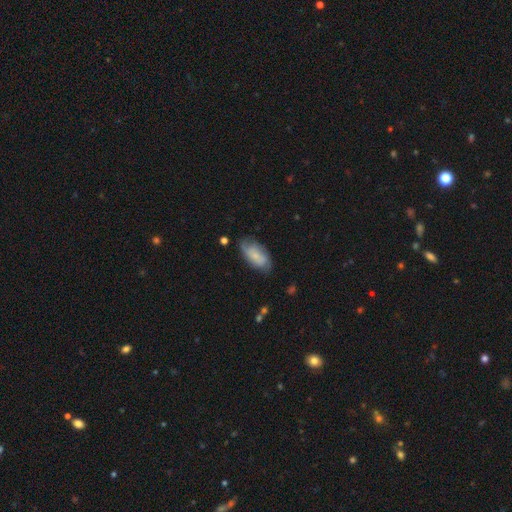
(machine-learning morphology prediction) Smooth or featured: smooth — 64% (featured or disk — 30%)
How rounded: in between — 90% (cigar-shaped — 8%)
Merging: none — 64% (minor disturbance — 27%)